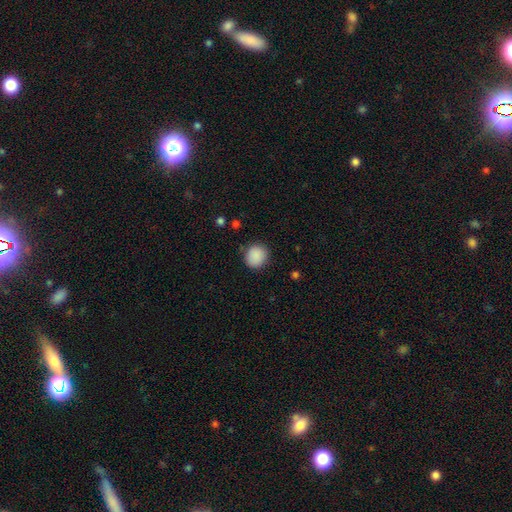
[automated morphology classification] Smooth or featured? smooth (89%)
How rounded? round (83%)
Merging? none (86%)